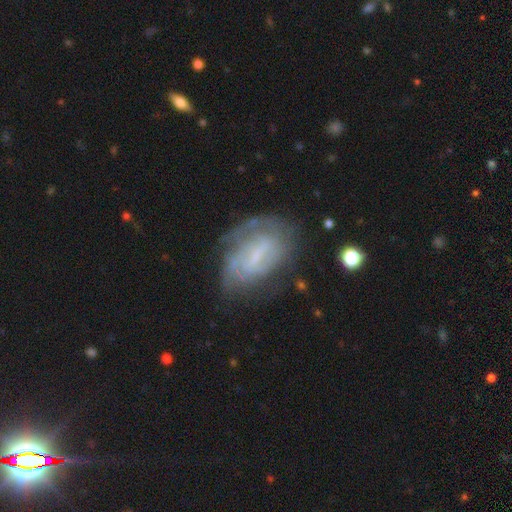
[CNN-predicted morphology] Smooth or featured?
  - featured or disk: 69% *
  - smooth: 22%
  - star or artifact: 9%
Edge-on disk?
  - no: 95% *
  - yes: 5%
Bar?
  - weak: 49% *
  - strong: 26%
  - no: 25%
Spiral arms?
  - yes: 75% *
  - no: 25%
Bulge size?
  - small: 48% *
  - none: 31%
  - moderate: 18%
  - large: 2%
  - dominant: 1%
Merging?
  - none: 58% *
  - minor disturbance: 25%
  - major disturbance: 14%
  - merger: 3%